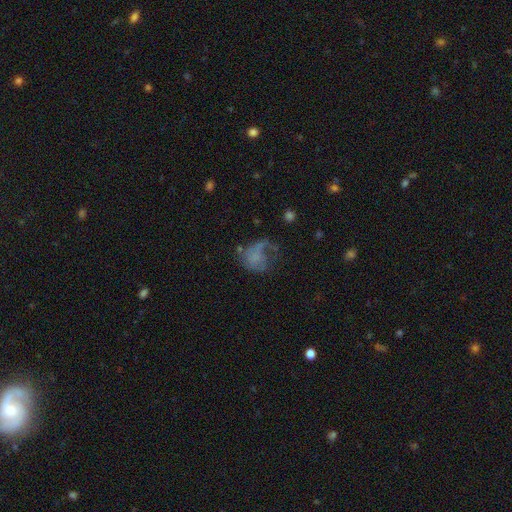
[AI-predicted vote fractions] A featured or disk galaxy (44%). Merging: major disturbance (47%).